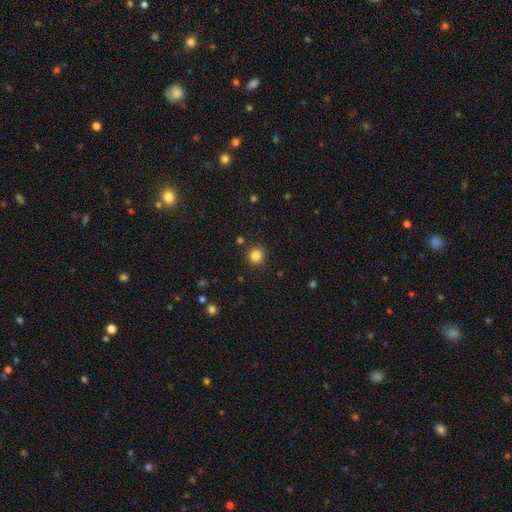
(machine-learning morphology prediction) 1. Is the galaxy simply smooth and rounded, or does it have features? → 84% smooth, 12% star or artifact, 4% featured or disk.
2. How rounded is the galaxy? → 94% round, 5% in between, 1% cigar-shaped.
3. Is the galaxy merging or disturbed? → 89% none, 7% minor disturbance, 2% major disturbance, 2% merger.